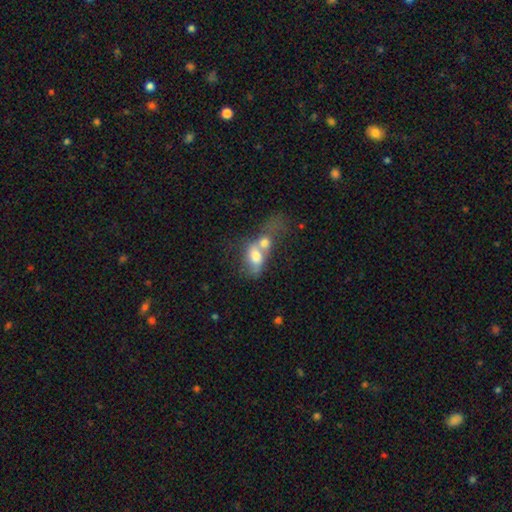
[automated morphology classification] Overall: smooth (61%; featured or disk 29%). How rounded: in between (76%). Merging: merger (77%).